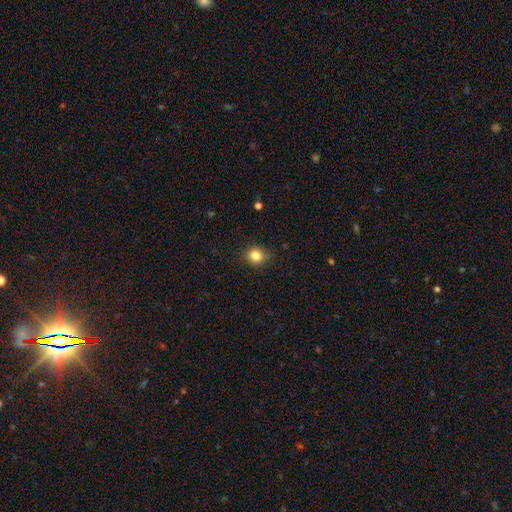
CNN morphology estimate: Smooth or featured: smooth — 83% (star or artifact — 11%)
How rounded: round — 76% (in between — 23%)
Merging: none — 83% (minor disturbance — 14%)